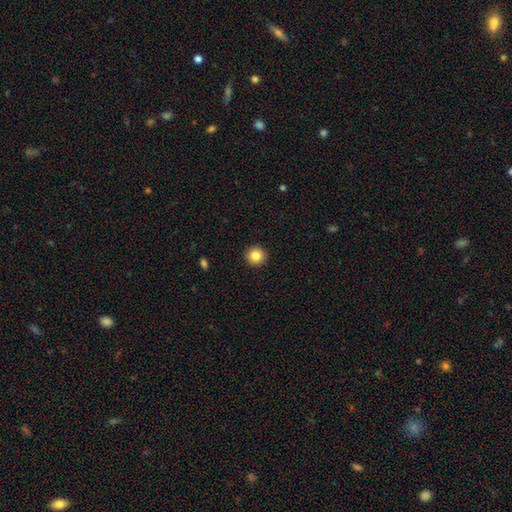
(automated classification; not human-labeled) Q: Smooth or featured?
A: smooth (84%); runner-up: star or artifact (10%)
Q: How rounded?
A: round (95%); runner-up: in between (4%)
Q: Merging?
A: none (93%); runner-up: minor disturbance (4%)